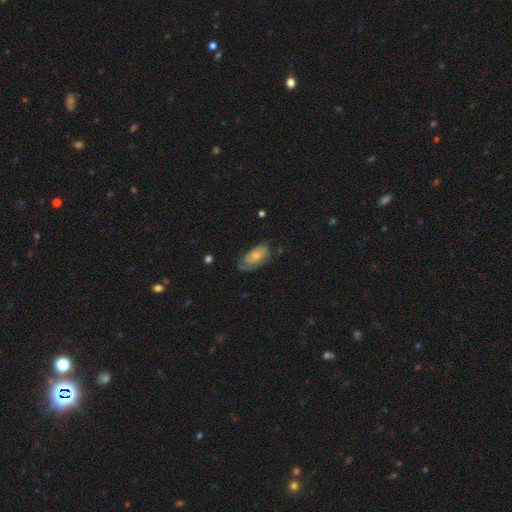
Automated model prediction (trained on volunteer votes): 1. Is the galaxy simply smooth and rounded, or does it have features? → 47% smooth, 46% featured or disk, 7% star or artifact.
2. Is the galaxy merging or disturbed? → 56% none, 29% minor disturbance, 13% major disturbance, 2% merger.